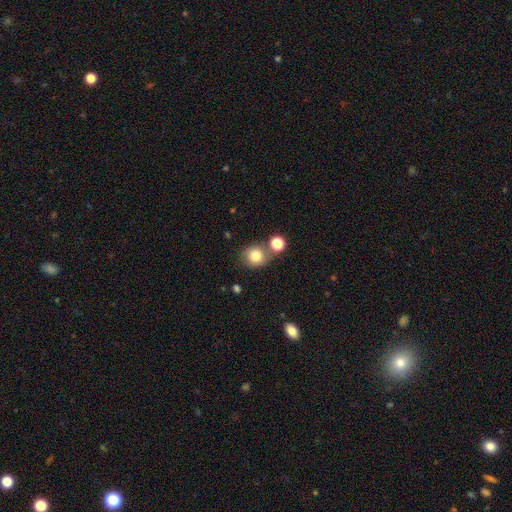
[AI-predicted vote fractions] smooth-or-featured: smooth: 80% | star or artifact: 11% | featured or disk: 9%
  how-rounded: round: 81% | in between: 18% | cigar-shaped: 1%
  merging: none: 65% | merger: 18% | minor disturbance: 13% | major disturbance: 4%